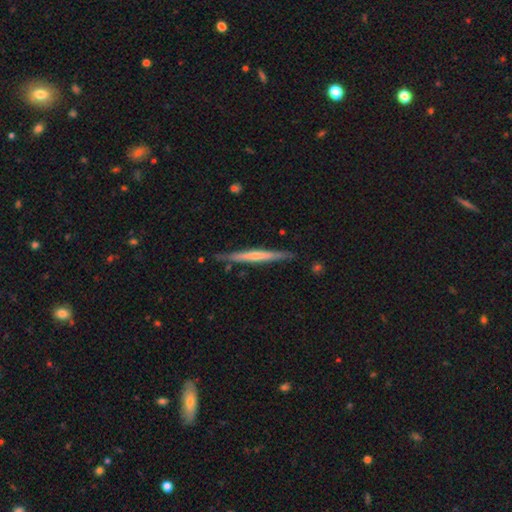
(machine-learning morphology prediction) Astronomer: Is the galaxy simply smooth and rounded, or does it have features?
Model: featured or disk — 52% (runner-up: smooth, 43%).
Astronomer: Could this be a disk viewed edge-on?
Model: yes — 96%.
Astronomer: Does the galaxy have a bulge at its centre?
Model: none — 69%.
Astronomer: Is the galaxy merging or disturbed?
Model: none — 84%.